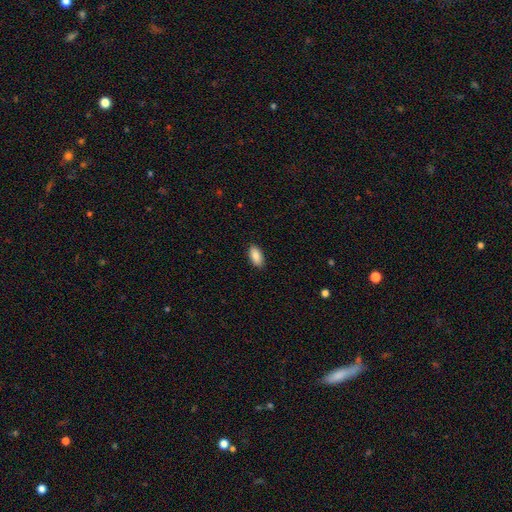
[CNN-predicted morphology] Q: Smooth or featured?
A: smooth (88%); runner-up: star or artifact (7%)
Q: How rounded?
A: in between (92%); runner-up: cigar-shaped (6%)
Q: Merging?
A: none (88%); runner-up: minor disturbance (9%)